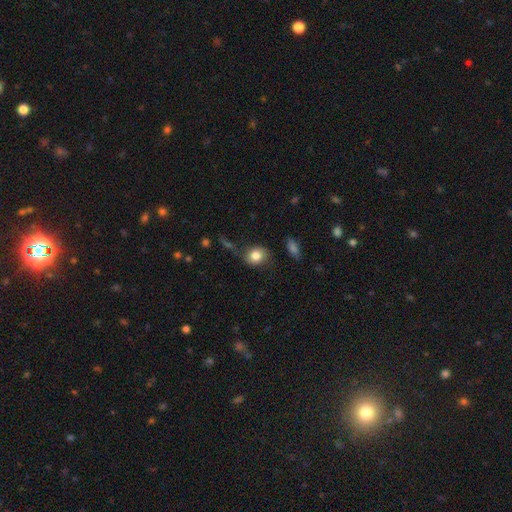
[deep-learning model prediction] smooth 80%, featured or disk 12%, star or artifact 8%. Down the decision tree: how rounded — round (62%); merging — none (69%).